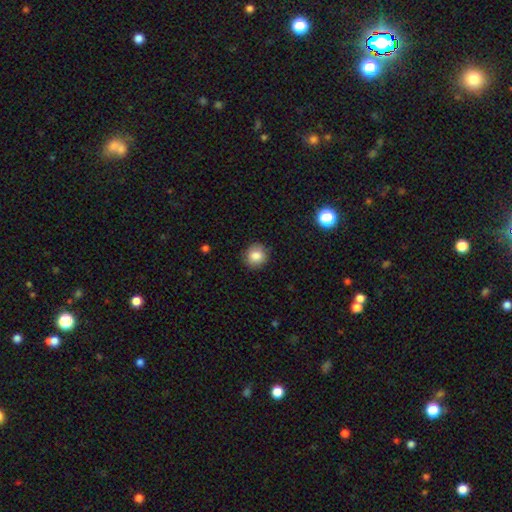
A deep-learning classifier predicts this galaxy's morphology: Smooth or featured? smooth (84%)
How rounded? round (87%)
Merging? none (86%)